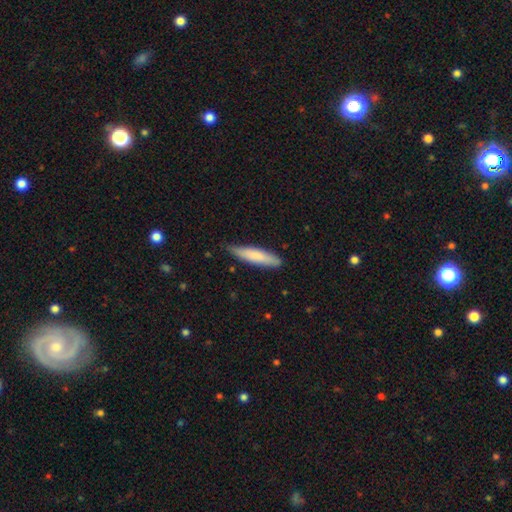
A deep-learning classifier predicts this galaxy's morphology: Smooth or featured?
  - smooth: 76% *
  - featured or disk: 19%
  - star or artifact: 5%
How rounded?
  - cigar-shaped: 83% *
  - in between: 16%
  - round: 1%
Merging?
  - none: 79% *
  - minor disturbance: 17%
  - major disturbance: 2%
  - merger: 1%